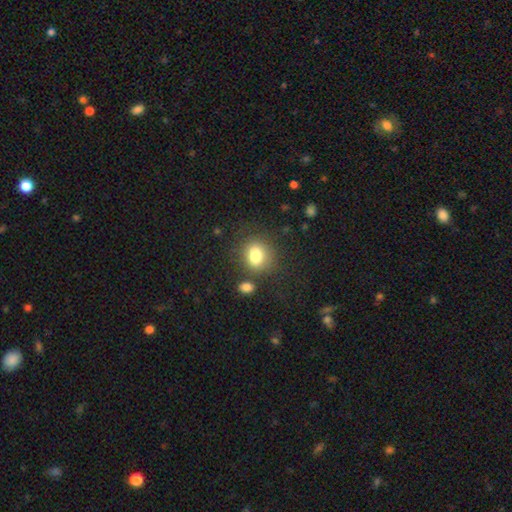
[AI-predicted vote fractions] Smooth or featured? Predicted: smooth (p=0.83). How rounded? Predicted: round (p=0.50). Merging? Predicted: none (p=0.71).